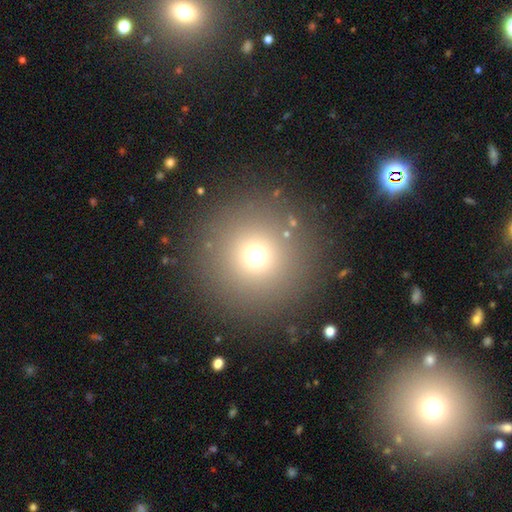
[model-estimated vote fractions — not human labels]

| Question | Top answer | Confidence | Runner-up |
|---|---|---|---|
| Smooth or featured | smooth | 67% | star or artifact (22%) |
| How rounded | round | 96% | in between (3%) |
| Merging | none | 88% | minor disturbance (6%) |